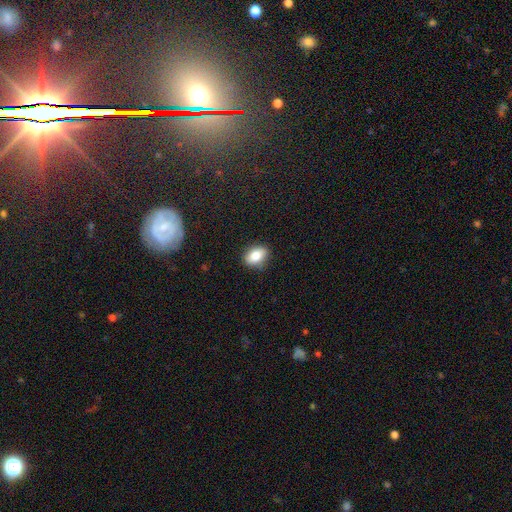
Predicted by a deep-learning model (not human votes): smooth_or_featured: smooth (p=0.80) [alt: featured or disk p=0.11]
how_rounded: in between (p=0.78) [alt: round p=0.20]
merging: none (p=0.84) [alt: minor disturbance p=0.12]